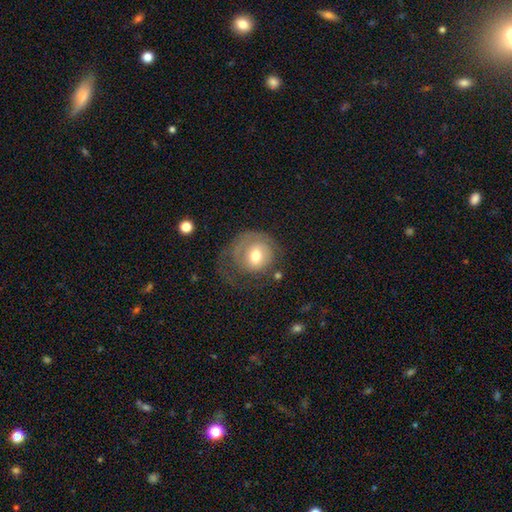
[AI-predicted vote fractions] Smooth or featured: smooth — 52% (featured or disk — 41%)
How rounded: round — 80% (in between — 19%)
Merging: none — 41% (major disturbance — 34%)